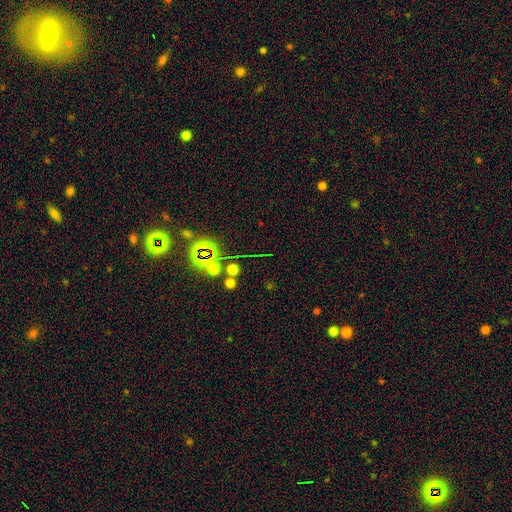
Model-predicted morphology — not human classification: Smooth or featured: star or artifact — 70% (smooth — 20%)